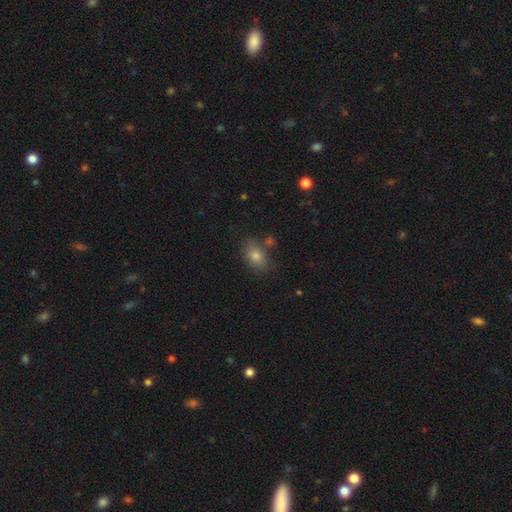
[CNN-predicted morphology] A smooth galaxy with no disk features (77%) that is in between round and cigar-shaped (76%).

Vote fractions:
- Smooth or featured? smooth: 77% / star or artifact: 13% / featured or disk: 10%
- How rounded? in between: 76% / round: 22% / cigar-shaped: 2%
- Merging? none: 74% / minor disturbance: 14% / merger: 8% / major disturbance: 4%